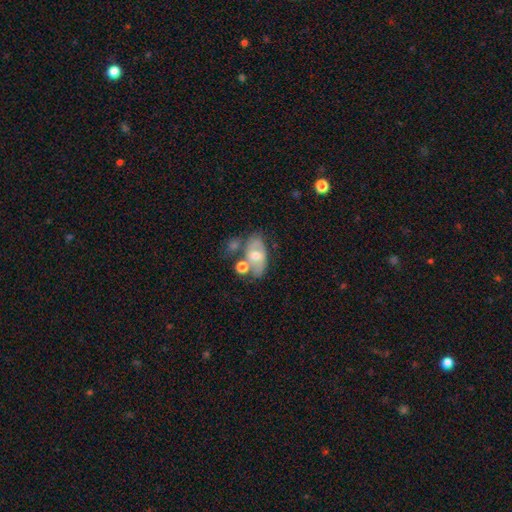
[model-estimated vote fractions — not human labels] Overall: featured or disk (51%; smooth 41%). Edge-on disk: no (93%). Merging: none (46%; merger 25%).